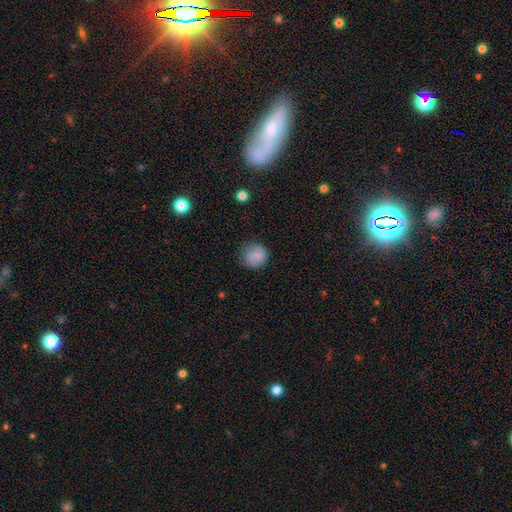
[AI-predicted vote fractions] Q: Smooth or featured?
A: smooth (78%); runner-up: featured or disk (14%)
Q: How rounded?
A: round (89%); runner-up: in between (10%)
Q: Merging?
A: none (76%); runner-up: minor disturbance (17%)